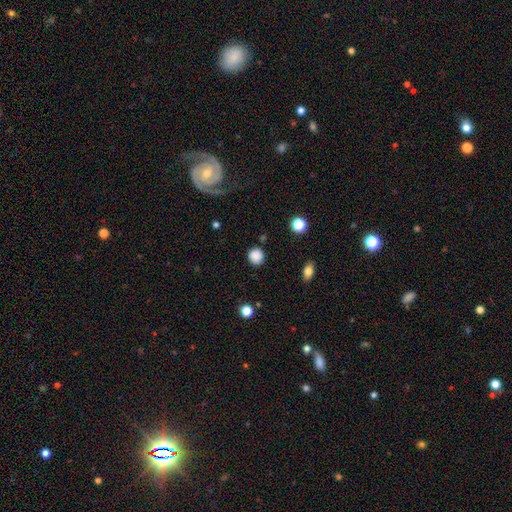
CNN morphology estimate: This appears to be a smooth galaxy with no disk features (86%) that is round (90%). Merging: none (87%).